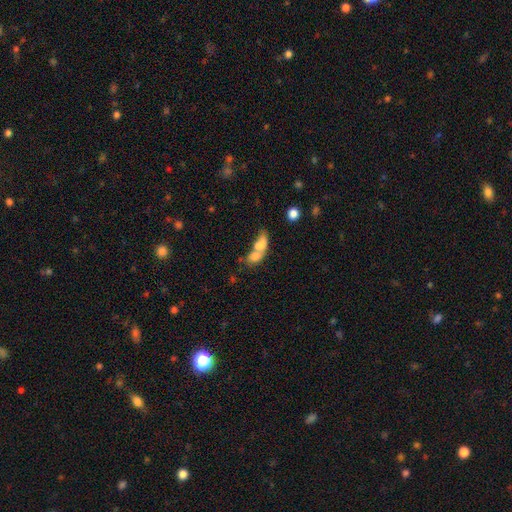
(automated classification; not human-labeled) This is likely a smooth galaxy (64%). How rounded: likely in between (68%). Merging: likely merger (70%).